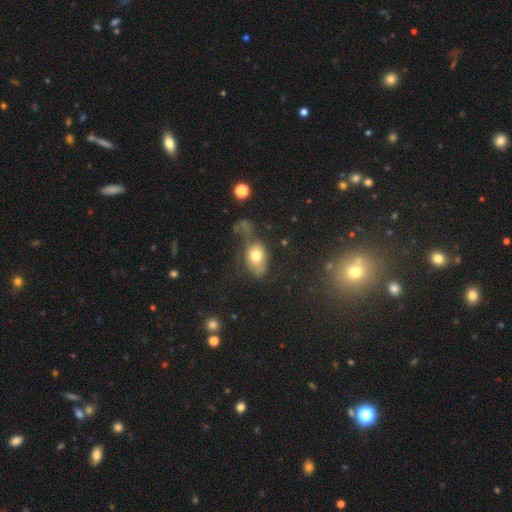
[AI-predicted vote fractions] Smooth or featured? smooth (68%)
How rounded? in between (78%)
Merging? major disturbance (39%)